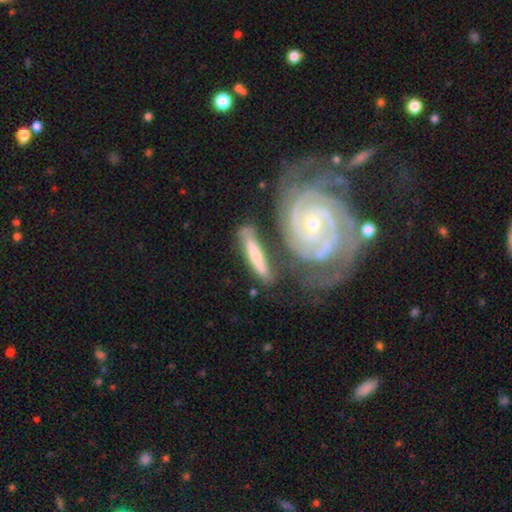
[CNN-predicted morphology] Smooth or featured?
  - featured or disk: 55% *
  - smooth: 40%
  - star or artifact: 5%
Edge-on disk?
  - no: 62% *
  - yes: 38%
Merging?
  - none: 63% *
  - minor disturbance: 18%
  - merger: 13%
  - major disturbance: 6%